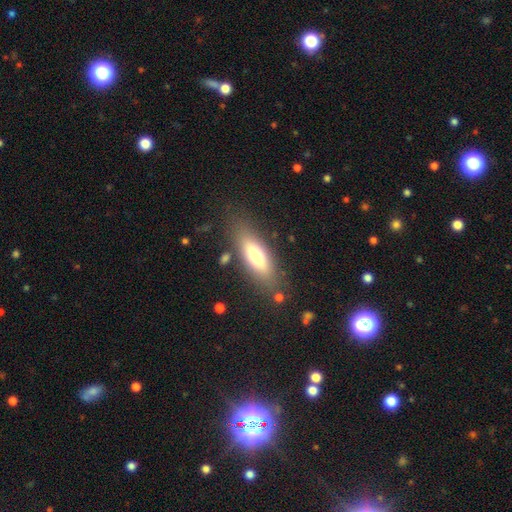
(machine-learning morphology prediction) smooth-or-featured: smooth: 66% | featured or disk: 27% | star or artifact: 7%
  how-rounded: in between: 55% | cigar-shaped: 42% | round: 2%
  merging: none: 79% | minor disturbance: 13% | major disturbance: 5% | merger: 3%